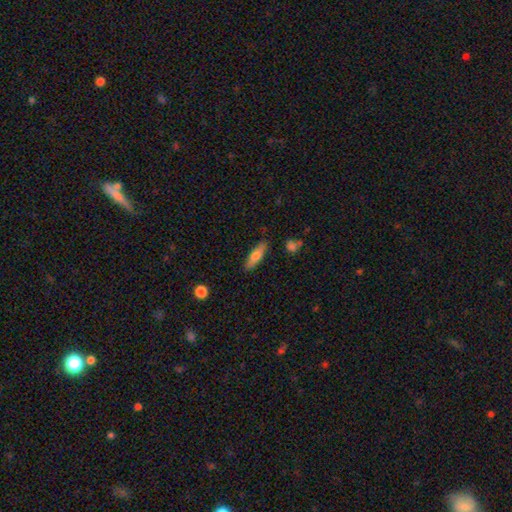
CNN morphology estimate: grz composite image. It shows a smooth galaxy with no disk features (71%) that is cigar-shaped (61%). Merging: none (83%).